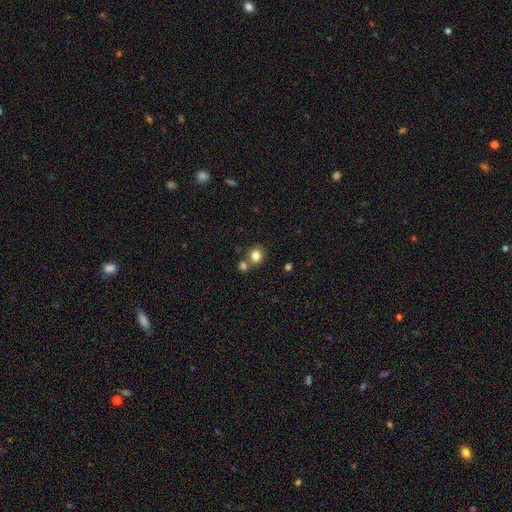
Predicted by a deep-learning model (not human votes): Morphology: type=smooth (82%); roundness=round (68%); merging=none (60%).